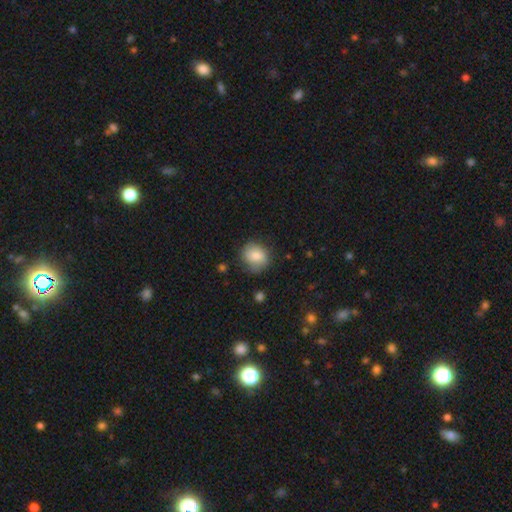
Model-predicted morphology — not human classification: Smooth or featured?
  - smooth: 80% *
  - featured or disk: 13%
  - star or artifact: 8%
How rounded?
  - round: 73% *
  - in between: 26%
  - cigar-shaped: 1%
Merging?
  - none: 72% *
  - minor disturbance: 21%
  - major disturbance: 6%
  - merger: 2%